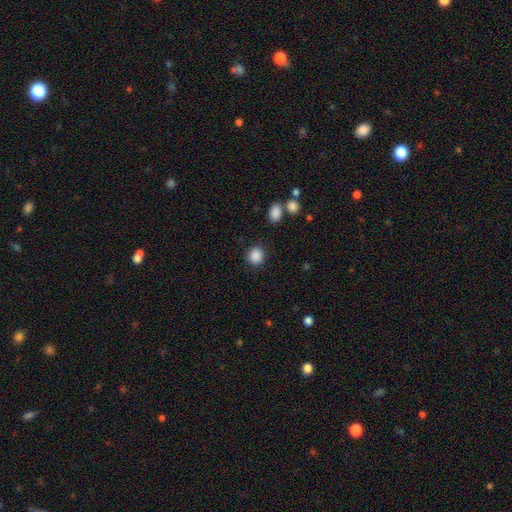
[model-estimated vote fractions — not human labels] smooth 88%, star or artifact 9%, featured or disk 3%. Down the decision tree: how rounded — round (87%); merging — none (87%).